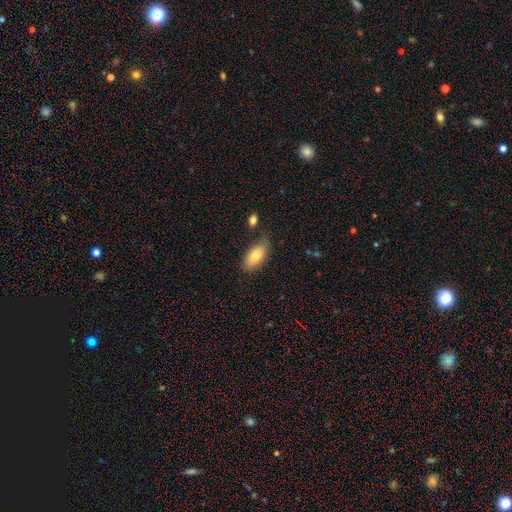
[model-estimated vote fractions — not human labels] This appears to be a smooth galaxy with no disk features (76%) that is in between round and cigar-shaped (89%). Merging: none (67%).